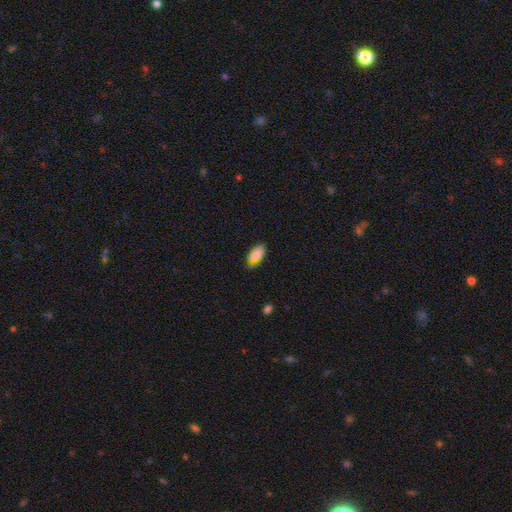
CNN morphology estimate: smooth_or_featured: smooth (p=0.83) [alt: featured or disk p=0.09]
how_rounded: in between (p=0.92) [alt: cigar-shaped p=0.04]
merging: none (p=0.58) [alt: minor disturbance p=0.27]